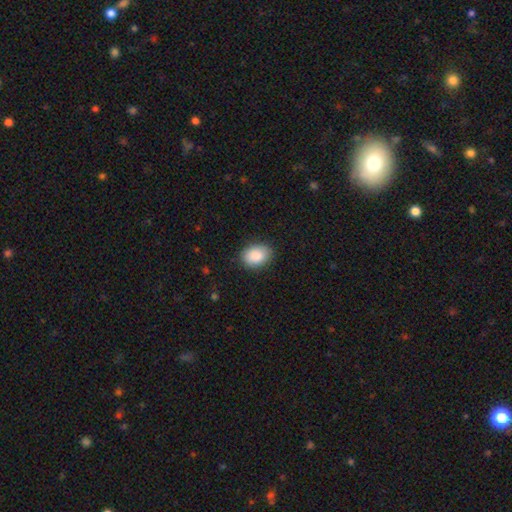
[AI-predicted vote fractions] A smooth galaxy with no disk features (89%) that is in between round and cigar-shaped (75%).

Vote fractions:
- Smooth or featured? smooth: 89% / star or artifact: 7% / featured or disk: 4%
- How rounded? in between: 75% / round: 24% / cigar-shaped: 1%
- Merging? none: 87% / minor disturbance: 10% / major disturbance: 2% / merger: 1%